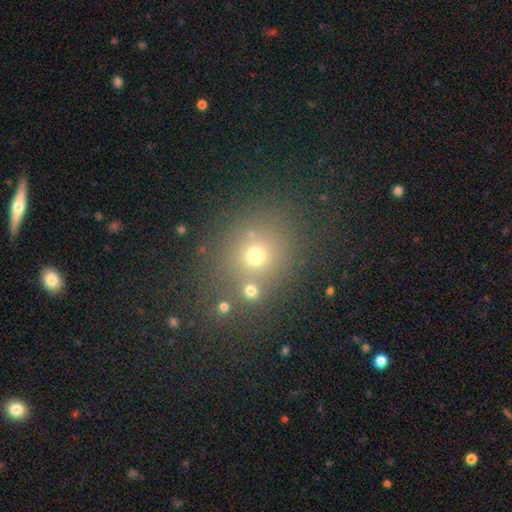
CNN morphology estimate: Smooth or featured?
  - smooth: 63% *
  - star or artifact: 25%
  - featured or disk: 11%
How rounded?
  - round: 77% *
  - in between: 21%
  - cigar-shaped: 1%
Merging?
  - none: 71% *
  - merger: 13%
  - minor disturbance: 11%
  - major disturbance: 5%